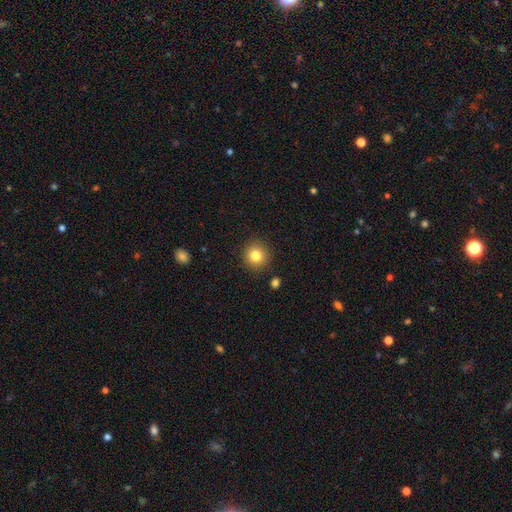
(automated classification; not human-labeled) Smooth or featured? Predicted: smooth (p=0.82). How rounded? Predicted: round (p=0.93). Merging? Predicted: none (p=0.89).